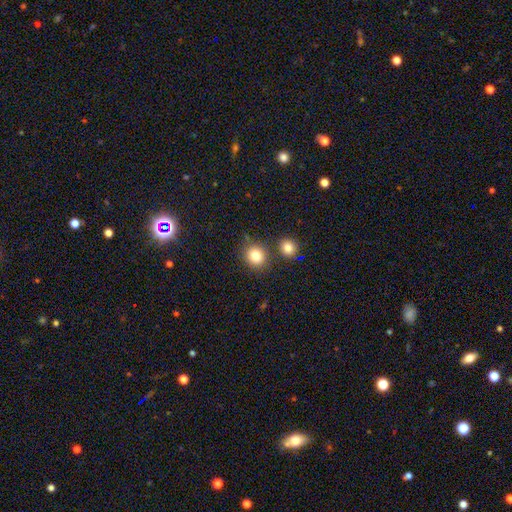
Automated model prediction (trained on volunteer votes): A smooth galaxy with no disk features (83%) that is round (74%).

Vote fractions:
- Smooth or featured? smooth: 83% / star or artifact: 10% / featured or disk: 7%
- How rounded? round: 74% / in between: 25% / cigar-shaped: 1%
- Merging? none: 75% / merger: 12% / minor disturbance: 10% / major disturbance: 3%